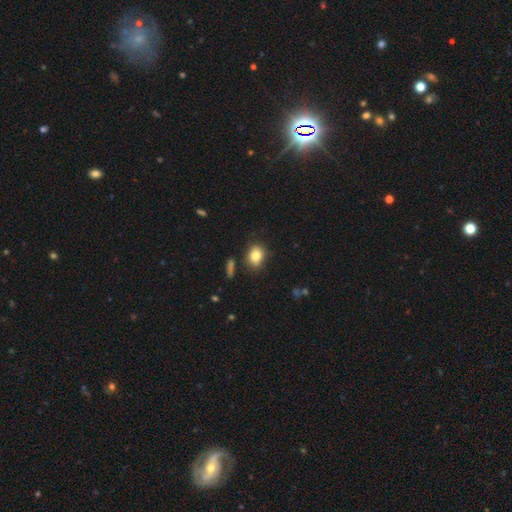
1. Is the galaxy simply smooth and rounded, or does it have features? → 77% smooth, 13% featured or disk, 10% star or artifact.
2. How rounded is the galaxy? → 70% in between, 27% round, 3% cigar-shaped.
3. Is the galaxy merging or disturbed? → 71% none, 20% minor disturbance, 9% major disturbance, 0% merger.